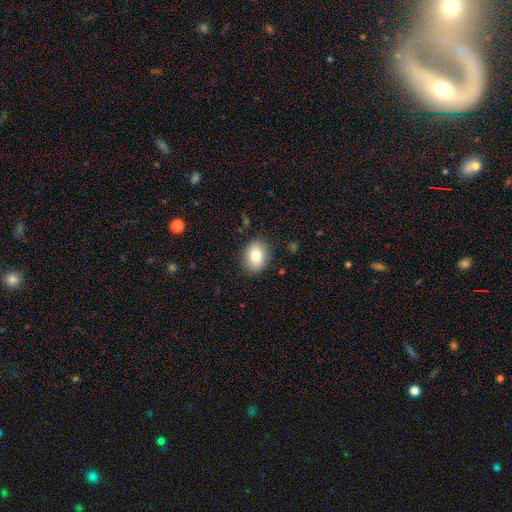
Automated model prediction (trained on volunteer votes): Smooth or featured?
  - smooth: 81% *
  - featured or disk: 10%
  - star or artifact: 8%
How rounded?
  - in between: 66% *
  - round: 33%
  - cigar-shaped: 1%
Merging?
  - none: 87% *
  - minor disturbance: 10%
  - major disturbance: 3%
  - merger: 1%